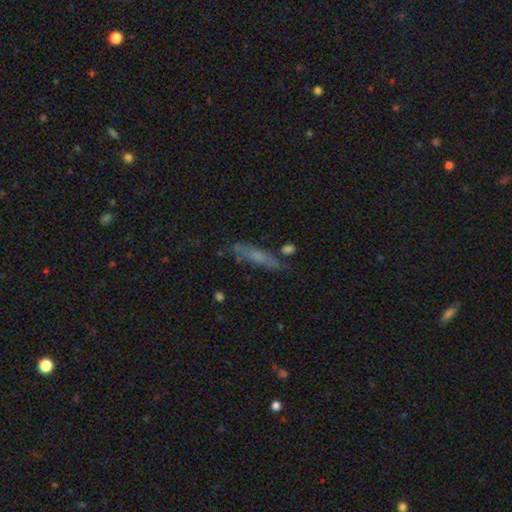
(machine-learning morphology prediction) Smooth or featured? smooth (53%)
How rounded? cigar-shaped (80%)
Merging? none (65%)